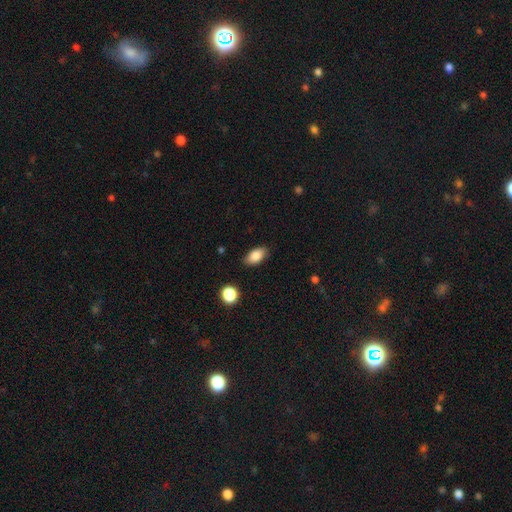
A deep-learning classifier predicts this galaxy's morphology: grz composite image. It shows a smooth galaxy with no disk features (85%) that is in between round and cigar-shaped (91%). Merging: none (85%).